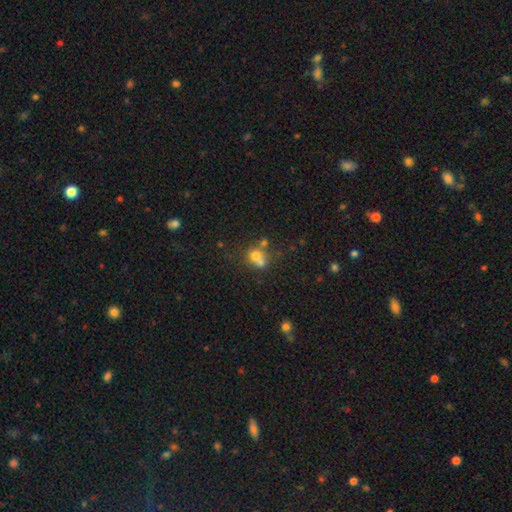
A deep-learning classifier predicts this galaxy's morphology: The model was most divided on "merging": merger: 51%, none: 34%, minor disturbance: 9%, major disturbance: 5%. More confident: how rounded — round (73%); smooth or featured — smooth (65%).